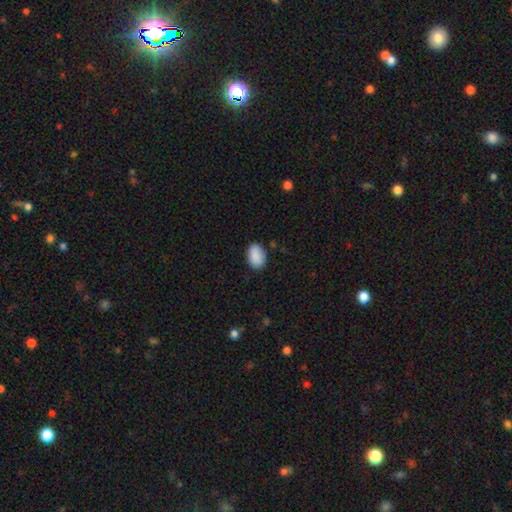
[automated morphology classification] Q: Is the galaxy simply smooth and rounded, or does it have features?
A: smooth — 89%.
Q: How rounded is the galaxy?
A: in between — 86%.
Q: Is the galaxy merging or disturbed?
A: none — 82%.